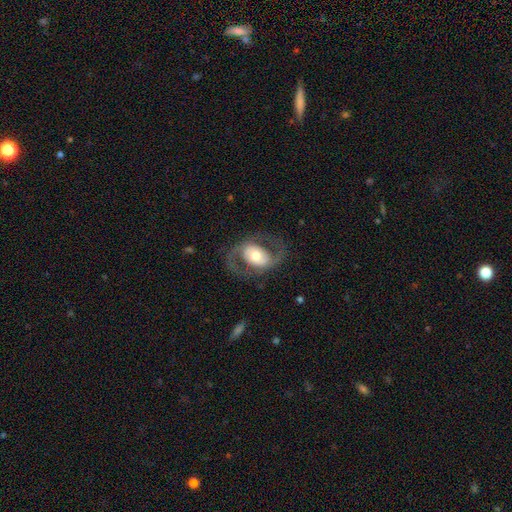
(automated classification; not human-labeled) Overall: featured or disk (78%). Edge-on disk: no (96%). Bar: no (53%; weak 31%). Spiral arms: yes (82%). Spiral arm count: 2 (91%). Spiral winding: medium (52%; loose 33%). Bulge size: moderate (60%; large 22%). Merging: none (73%).